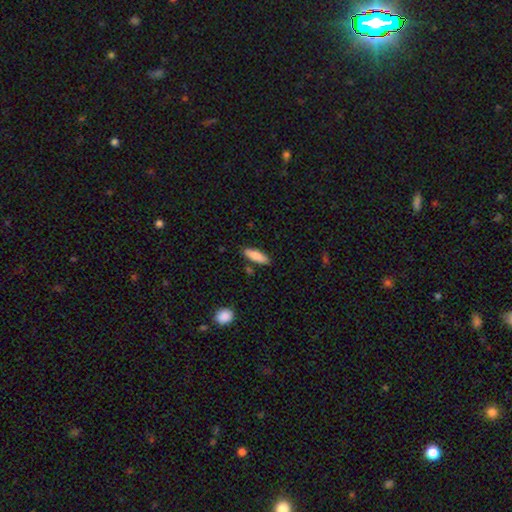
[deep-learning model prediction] A smooth galaxy with no disk features (86%) that is cigar-shaped (52%).

Vote fractions:
- Smooth or featured? smooth: 86% / featured or disk: 8% / star or artifact: 6%
- How rounded? cigar-shaped: 52% / in between: 47% / round: 2%
- Merging? none: 85% / minor disturbance: 10% / merger: 3% / major disturbance: 2%